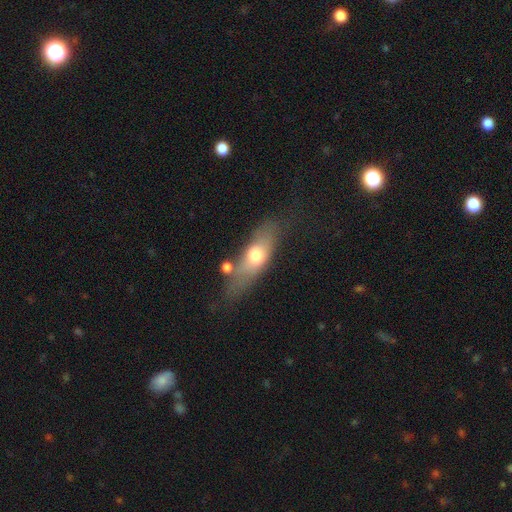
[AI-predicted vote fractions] smooth_or_featured: smooth (p=0.61) [alt: featured or disk p=0.31]
how_rounded: in between (p=0.60) [alt: cigar-shaped p=0.33]
merging: none (p=0.51) [alt: minor disturbance p=0.21]